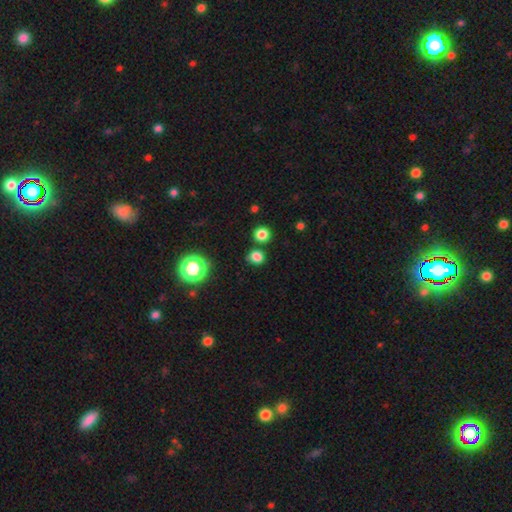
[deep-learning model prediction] A smooth galaxy with no disk features (77%) that is round (80%).

Vote fractions:
- Smooth or featured? smooth: 77% / star or artifact: 19% / featured or disk: 4%
- How rounded? round: 80% / in between: 19% / cigar-shaped: 1%
- Merging? none: 77% / merger: 10% / minor disturbance: 9% / major disturbance: 3%